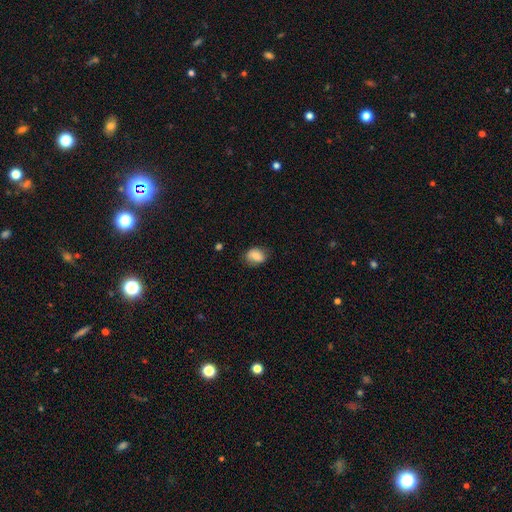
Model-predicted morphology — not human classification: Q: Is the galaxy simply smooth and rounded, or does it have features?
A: smooth — 82%.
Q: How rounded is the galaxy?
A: in between — 67%.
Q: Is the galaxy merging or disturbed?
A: none — 71%.